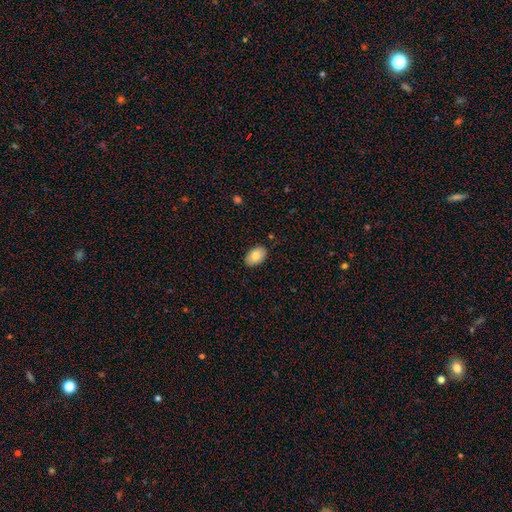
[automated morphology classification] Smooth or featured? smooth (83%)
How rounded? in between (91%)
Merging? none (88%)